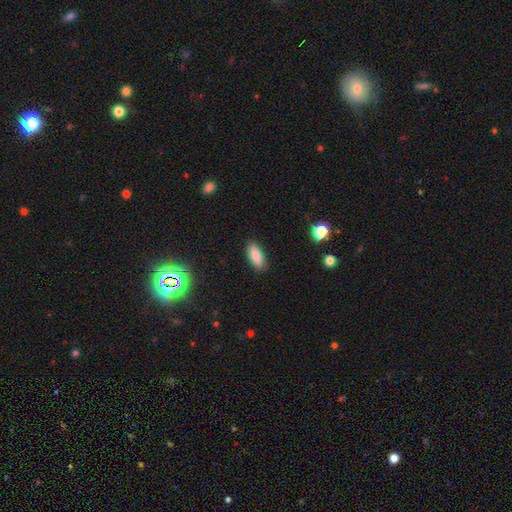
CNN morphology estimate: This appears to be a smooth galaxy with no disk features (85%) that is in between round and cigar-shaped (81%). Merging: none (88%).